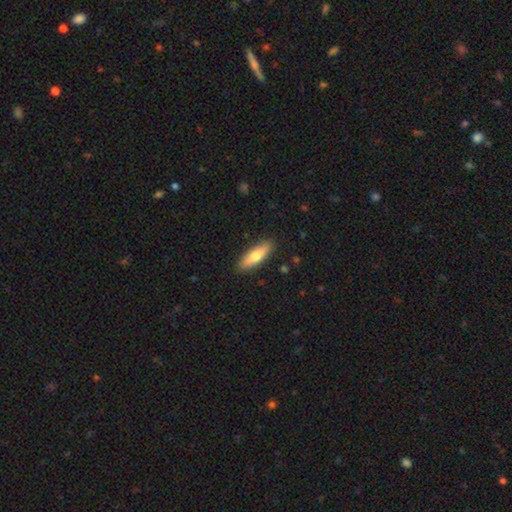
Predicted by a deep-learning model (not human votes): A smooth galaxy with no disk features (71%) that is cigar-shaped (60%). Merging: none (89%).